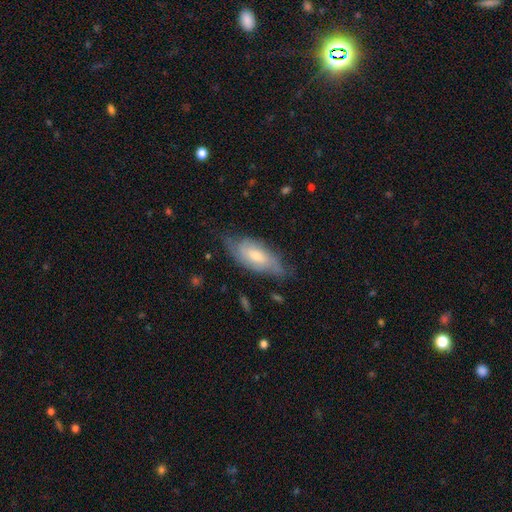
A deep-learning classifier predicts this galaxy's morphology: Smooth or featured: featured or disk — 53% (smooth — 40%)
Edge-on disk: no — 81% (yes — 19%)
Merging: none — 63% (minor disturbance — 28%)